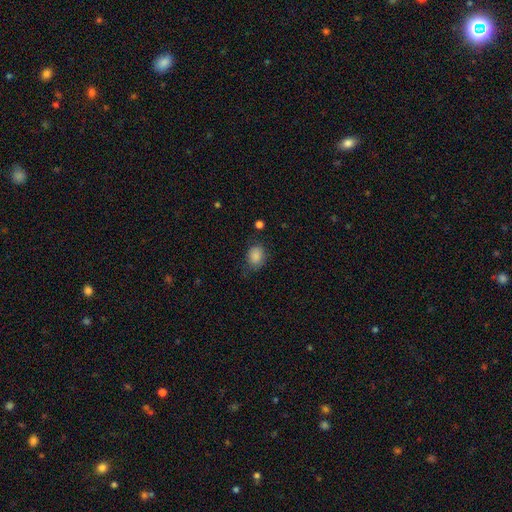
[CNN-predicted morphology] Overall: smooth (86%). How rounded: in between (61%; round 38%). Merging: none (71%).